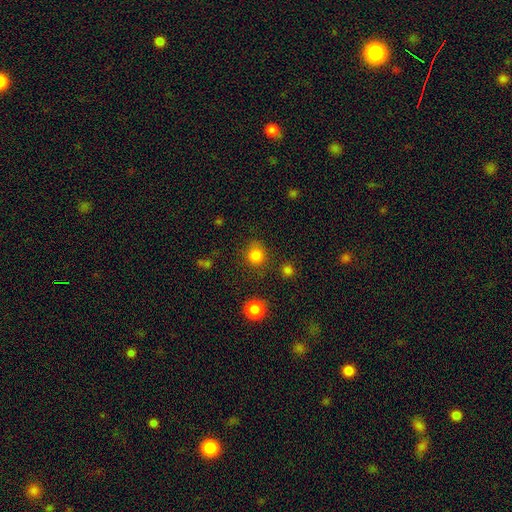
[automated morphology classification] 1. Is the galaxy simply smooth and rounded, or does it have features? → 82% smooth, 13% star or artifact, 5% featured or disk.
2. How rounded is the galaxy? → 87% round, 12% in between, 1% cigar-shaped.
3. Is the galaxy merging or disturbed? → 80% none, 11% minor disturbance, 4% major disturbance, 4% merger.